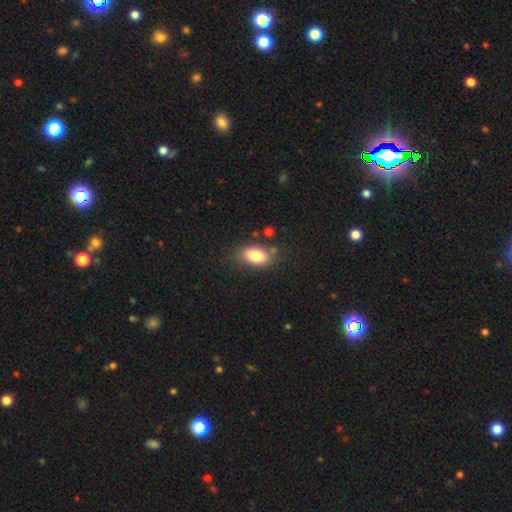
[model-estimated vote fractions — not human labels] The model was most divided on "merging": none: 73%, minor disturbance: 16%, merger: 5%, major disturbance: 5%. More confident: how rounded — in between (88%); smooth or featured — smooth (82%).